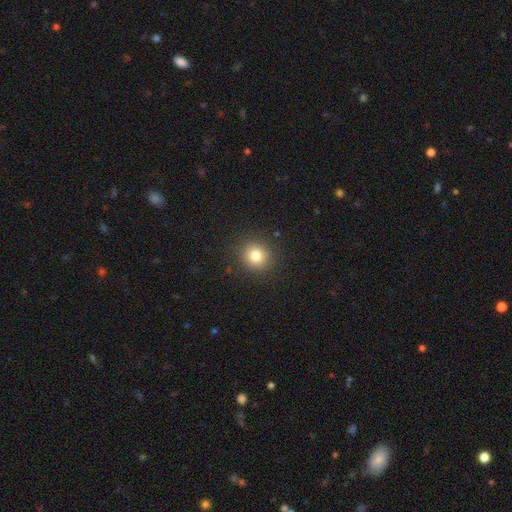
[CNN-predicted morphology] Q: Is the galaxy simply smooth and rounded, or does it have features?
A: smooth — 80%.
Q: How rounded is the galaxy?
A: round — 92%.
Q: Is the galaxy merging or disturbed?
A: none — 91%.